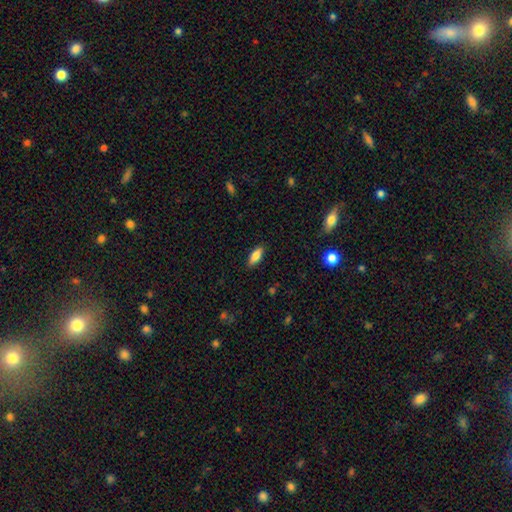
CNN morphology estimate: A smooth galaxy with no disk features (81%) that is in between round and cigar-shaped (78%). Merging: none (87%).